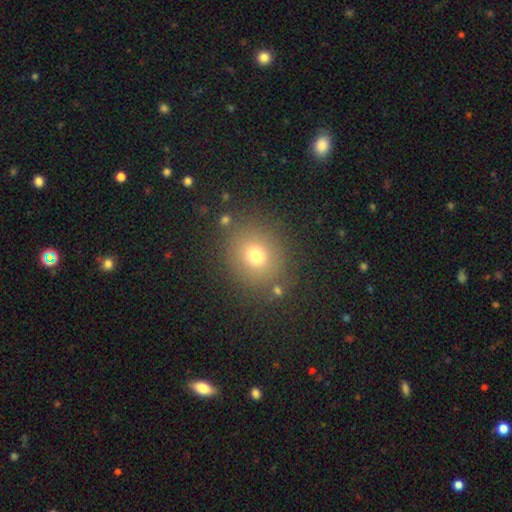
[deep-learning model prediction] Smooth or featured? Predicted: smooth (p=0.72). How rounded? Predicted: round (p=0.77). Merging? Predicted: none (p=0.83).